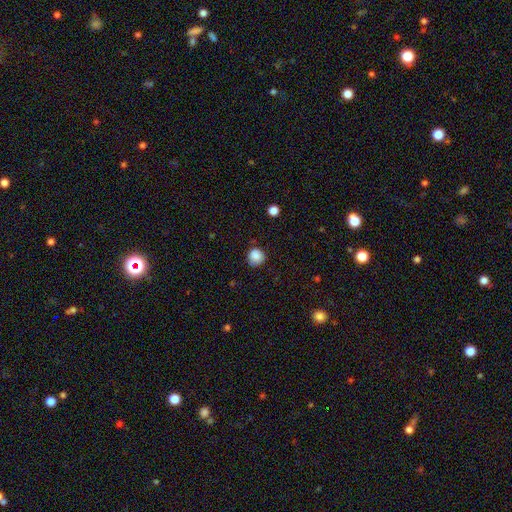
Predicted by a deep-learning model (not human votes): smooth_or_featured: smooth (p=0.87) [alt: star or artifact p=0.10]
how_rounded: round (p=0.91) [alt: in between p=0.08]
merging: none (p=0.81) [alt: minor disturbance p=0.15]